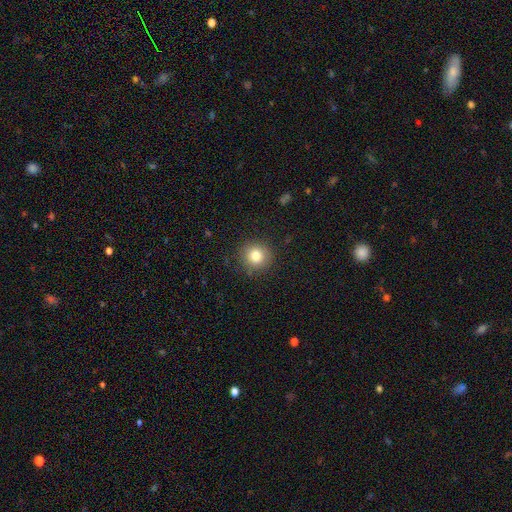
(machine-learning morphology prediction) smooth 81%, star or artifact 11%, featured or disk 8%. Down the decision tree: how rounded — round (92%); merging — none (87%).